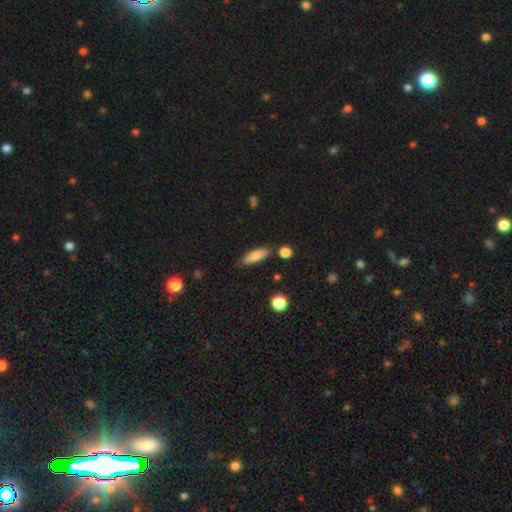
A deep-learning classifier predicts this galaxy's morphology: Overall: smooth (78%). How rounded: in between (52%; cigar-shaped 45%). Merging: none (79%).